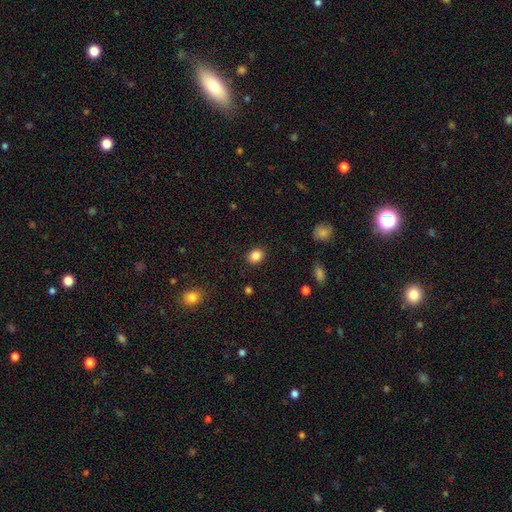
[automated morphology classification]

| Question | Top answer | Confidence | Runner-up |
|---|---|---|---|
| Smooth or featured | smooth | 86% | star or artifact (10%) |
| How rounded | round | 53% | in between (46%) |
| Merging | none | 88% | minor disturbance (8%) |